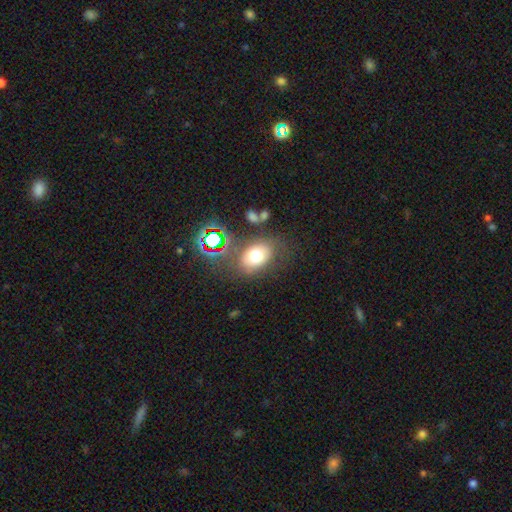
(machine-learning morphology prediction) The model was most divided on "how rounded": in between: 73%, round: 26%, cigar-shaped: 1%. More confident: smooth or featured — smooth (70%); merging — none (69%).